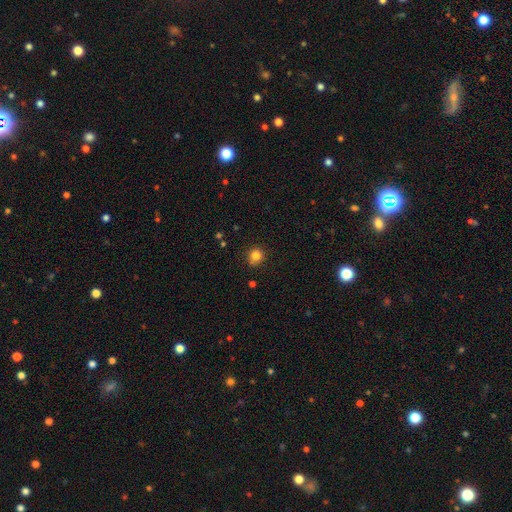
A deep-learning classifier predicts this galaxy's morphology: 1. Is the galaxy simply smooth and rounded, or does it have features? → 83% smooth, 12% star or artifact, 5% featured or disk.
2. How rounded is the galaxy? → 88% round, 12% in between, 1% cigar-shaped.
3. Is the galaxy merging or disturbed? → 82% none, 13% minor disturbance, 3% major disturbance, 2% merger.